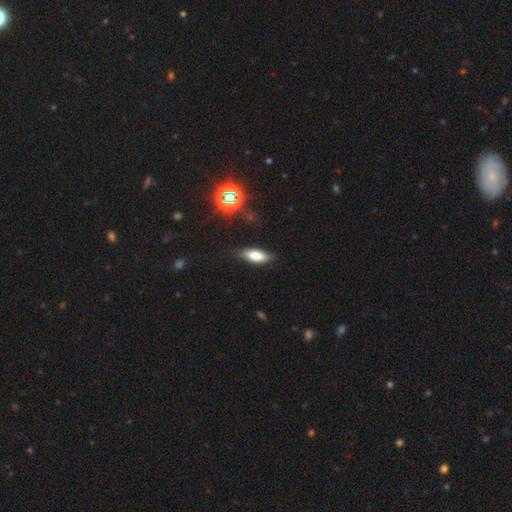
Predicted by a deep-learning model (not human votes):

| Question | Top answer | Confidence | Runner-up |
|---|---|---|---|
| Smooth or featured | smooth | 74% | featured or disk (15%) |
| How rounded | in between | 73% | cigar-shaped (24%) |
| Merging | none | 83% | minor disturbance (13%) |